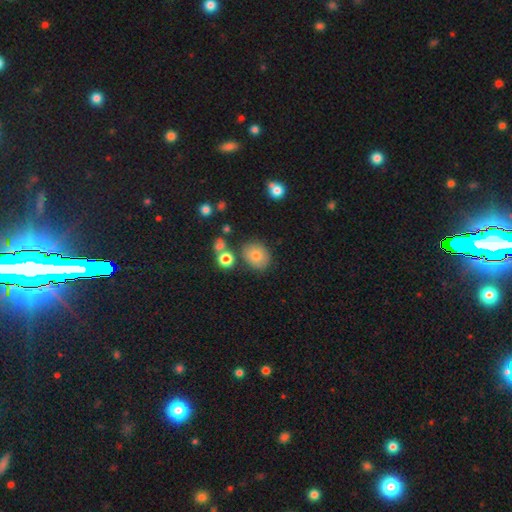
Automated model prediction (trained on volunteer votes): A smooth galaxy with no disk features (77%) that is round (61%). Merging: none (77%).